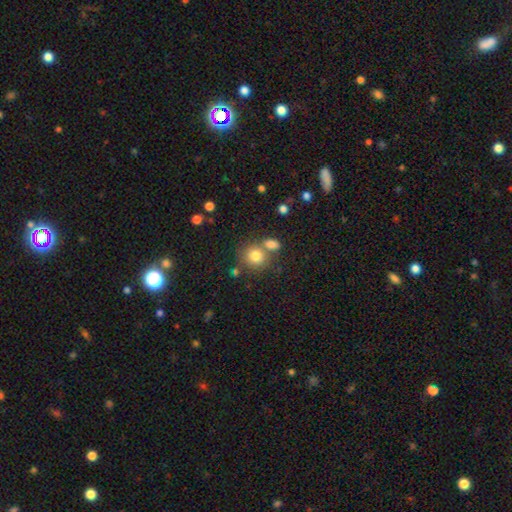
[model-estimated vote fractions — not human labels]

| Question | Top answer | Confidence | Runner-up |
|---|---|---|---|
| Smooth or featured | smooth | 80% | star or artifact (11%) |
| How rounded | round | 79% | in between (20%) |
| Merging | none | 57% | merger (29%) |